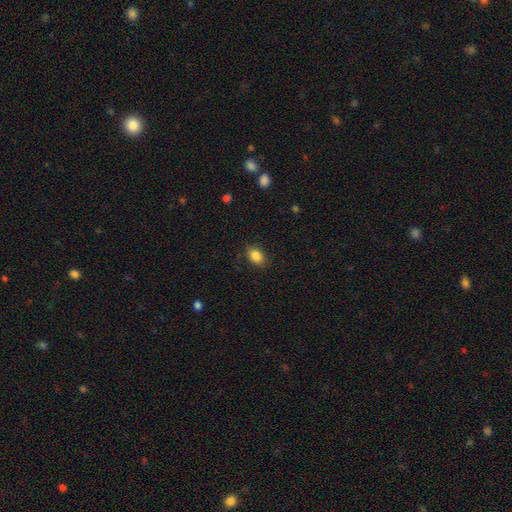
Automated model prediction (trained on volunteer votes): This appears to be a smooth galaxy with no disk features (86%) that is in between round and cigar-shaped (79%). Merging: none (83%).